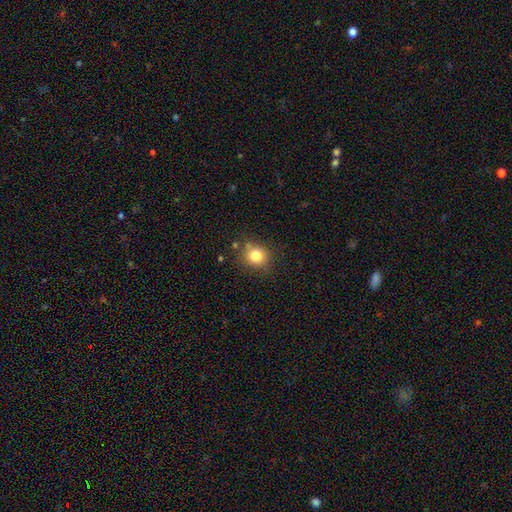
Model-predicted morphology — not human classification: This is clearly a smooth galaxy (81%). How rounded: clearly round (81%). Merging: likely none (80%).